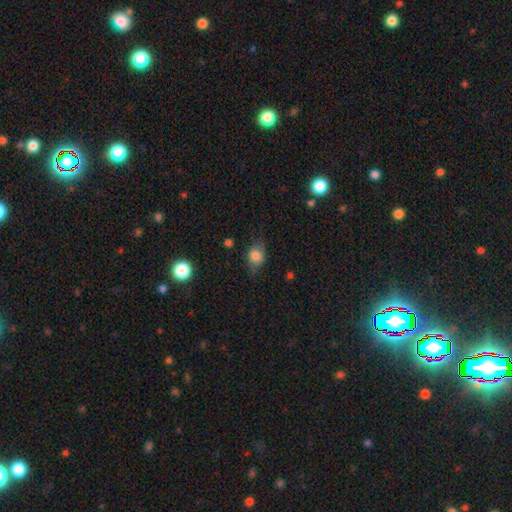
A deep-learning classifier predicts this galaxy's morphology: The model was most divided on "how rounded": in between: 58%, round: 39%, cigar-shaped: 3%. More confident: smooth or featured — smooth (73%); merging — none (66%).